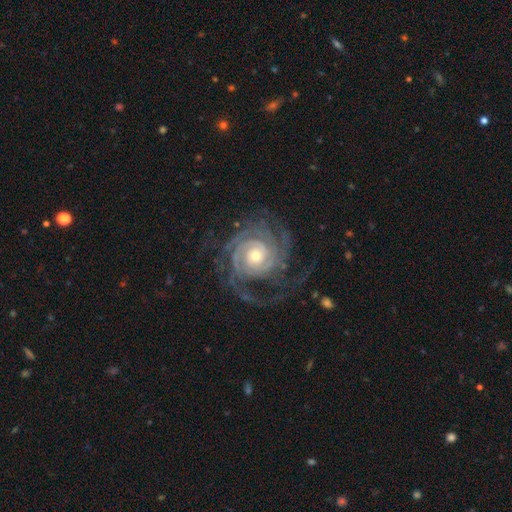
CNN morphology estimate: Smooth or featured: featured or disk — 91% (star or artifact — 5%)
Edge-on disk: no — 97% (yes — 3%)
Bar: no — 73% (weak — 20%)
Spiral arms: yes — 98% (no — 2%)
Spiral winding: tight — 73% (medium — 21%)
Spiral arm count: 2 — 23% (can't tell — 22%)
Bulge size: moderate — 55% (small — 37%)
Merging: none — 67% (major disturbance — 16%)